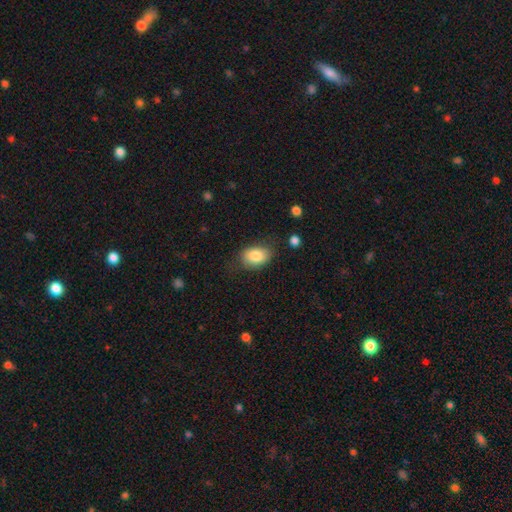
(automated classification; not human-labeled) Morphology: type=smooth (84%); roundness=in between (82%); merging=none (73%).